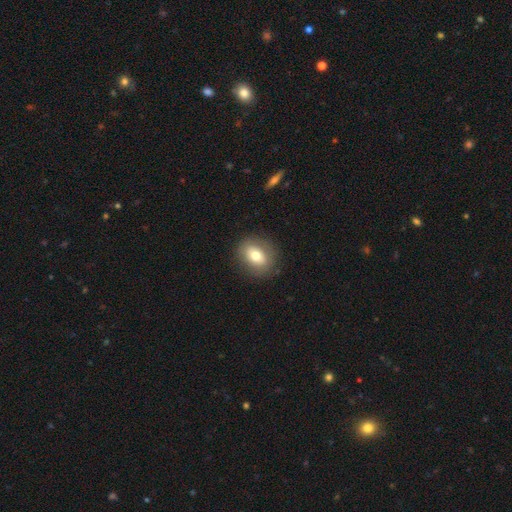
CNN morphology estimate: smooth 72%, featured or disk 19%, star or artifact 9%. Down the decision tree: how rounded — in between (55%); merging — none (85%).